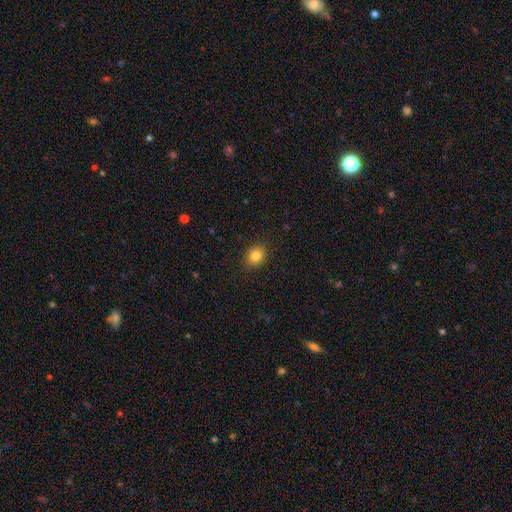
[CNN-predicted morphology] type=smooth (83%); roundness=round (64%); merging=none (90%).